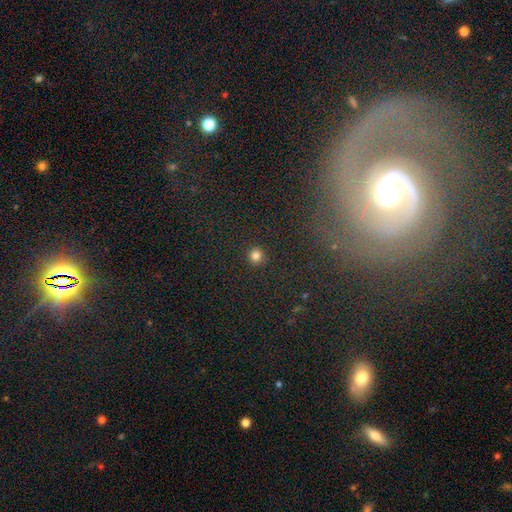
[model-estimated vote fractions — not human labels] Smooth or featured: smooth — 82% (star or artifact — 13%)
How rounded: round — 93% (in between — 6%)
Merging: none — 92% (minor disturbance — 5%)